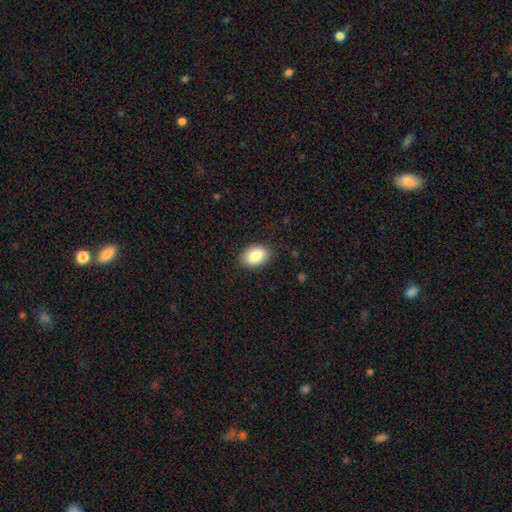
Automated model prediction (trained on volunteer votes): Overall: smooth (86%). How rounded: in between (81%). Merging: none (86%).